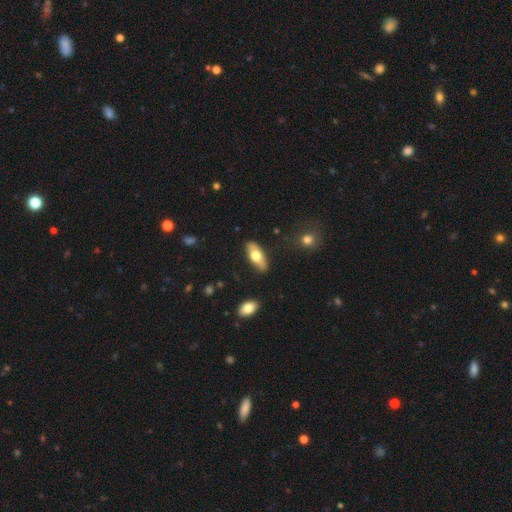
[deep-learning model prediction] Smooth or featured: smooth — 65% (featured or disk — 29%)
How rounded: in between — 79% (cigar-shaped — 19%)
Merging: none — 85% (minor disturbance — 11%)